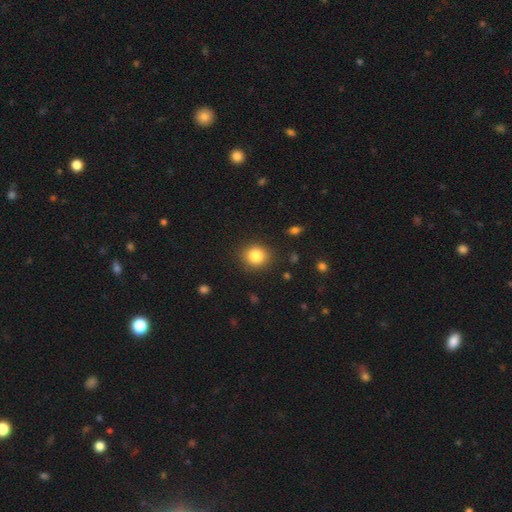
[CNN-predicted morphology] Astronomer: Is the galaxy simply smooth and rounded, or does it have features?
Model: smooth — 83%.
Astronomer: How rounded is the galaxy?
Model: round — 82%.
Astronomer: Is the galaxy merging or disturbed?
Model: none — 88%.